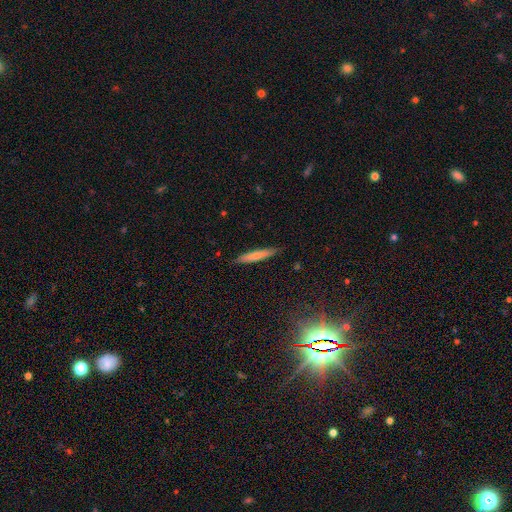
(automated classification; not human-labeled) A smooth galaxy with no disk features (71%) that is cigar-shaped (93%). Merging: none (87%).